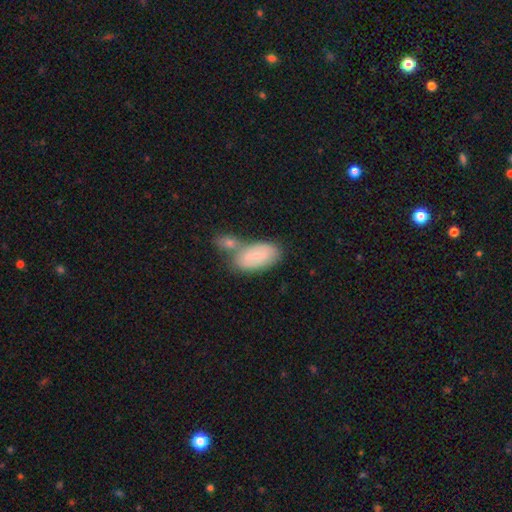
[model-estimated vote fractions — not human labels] This appears to be a smooth galaxy with no disk features (67%) that is in between round and cigar-shaped (93%). Merging: merger (45%).